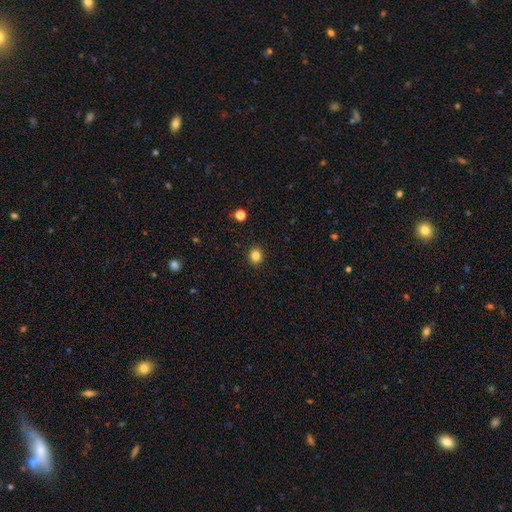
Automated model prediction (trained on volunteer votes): The model was most divided on "how rounded": round: 74%, in between: 25%, cigar-shaped: 1%. More confident: merging — none (91%); smooth or featured — smooth (83%).